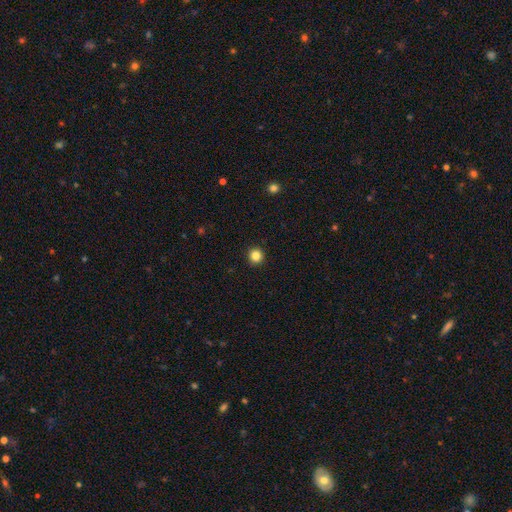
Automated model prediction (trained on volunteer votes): This appears to be a smooth galaxy with no disk features (85%) that is round (95%). Merging: none (93%).